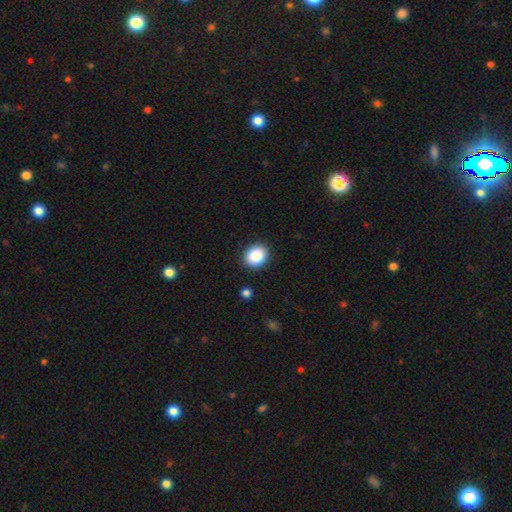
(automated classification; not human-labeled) A smooth galaxy with no disk features (87%) that is round (57%).

Vote fractions:
- Smooth or featured? smooth: 87% / star or artifact: 9% / featured or disk: 4%
- How rounded? round: 57% / in between: 42% / cigar-shaped: 1%
- Merging? none: 90% / minor disturbance: 7% / major disturbance: 2% / merger: 1%